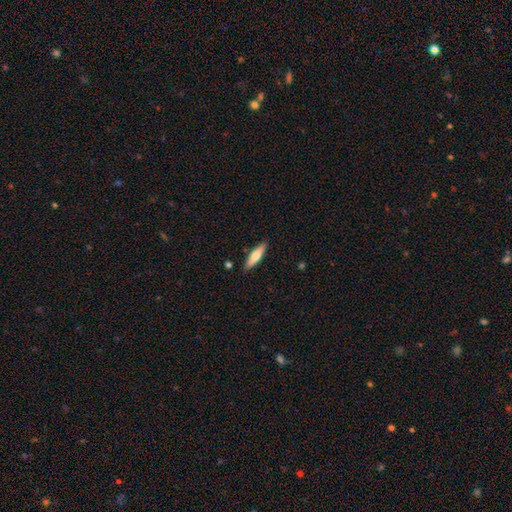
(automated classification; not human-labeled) Smooth or featured? Predicted: smooth (p=0.64). How rounded? Predicted: cigar-shaped (p=0.68). Merging? Predicted: none (p=0.88).